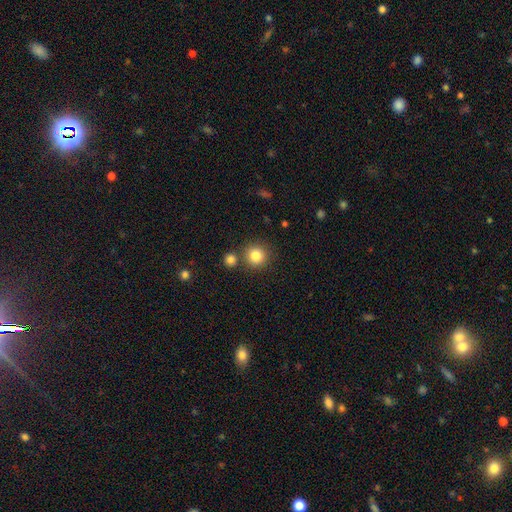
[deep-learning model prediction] smooth 84%, star or artifact 11%, featured or disk 6%. Down the decision tree: how rounded — round (92%); merging — none (78%).